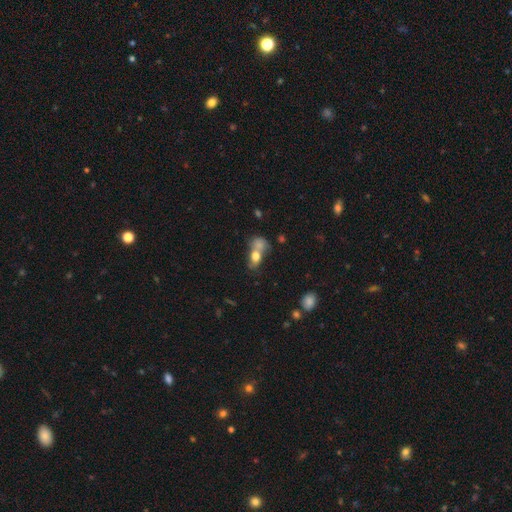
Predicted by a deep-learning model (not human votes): Q: Smooth or featured?
A: smooth (70%); runner-up: featured or disk (18%)
Q: How rounded?
A: in between (70%); runner-up: round (24%)
Q: Merging?
A: merger (58%); runner-up: none (24%)